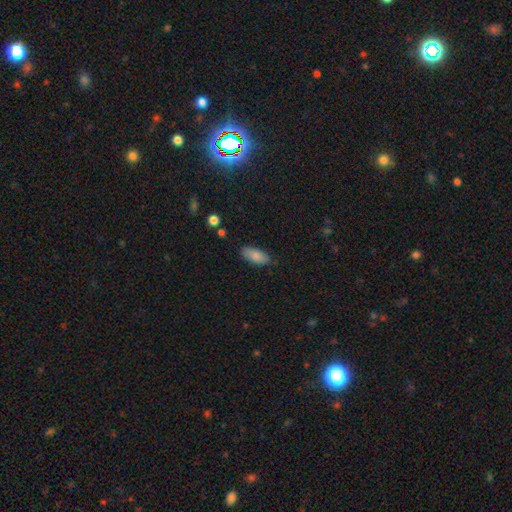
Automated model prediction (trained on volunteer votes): A smooth galaxy with no disk features (85%) that is in between round and cigar-shaped (85%).

Vote fractions:
- Smooth or featured? smooth: 85% / featured or disk: 8% / star or artifact: 7%
- How rounded? in between: 85% / cigar-shaped: 13% / round: 2%
- Merging? none: 84% / minor disturbance: 13% / major disturbance: 2% / merger: 1%